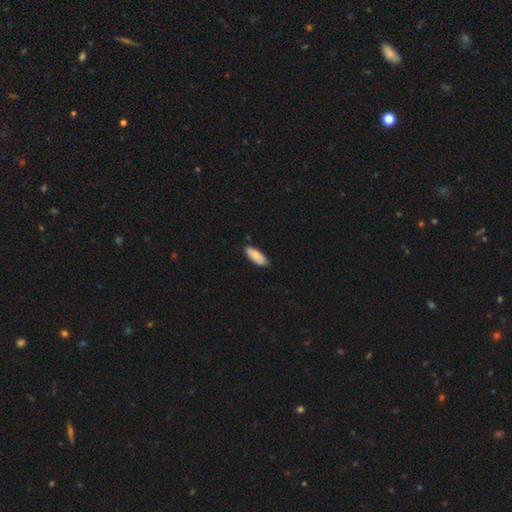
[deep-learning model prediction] smooth-or-featured: smooth: 88% | featured or disk: 6% | star or artifact: 6%
  how-rounded: in between: 81% | cigar-shaped: 17% | round: 2%
  merging: none: 83% | minor disturbance: 14% | major disturbance: 2% | merger: 1%